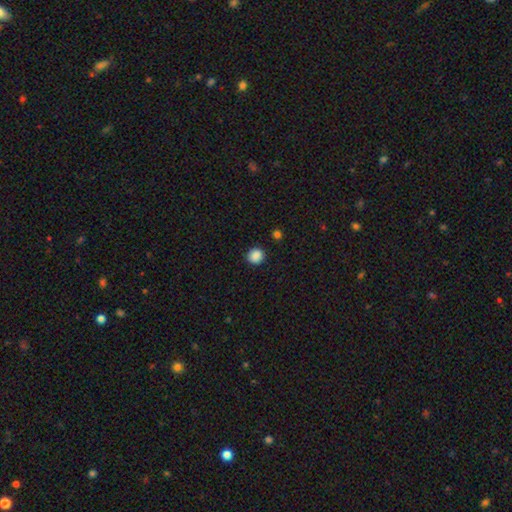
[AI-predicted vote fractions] This appears to be a smooth galaxy with no disk features (88%) that is round (91%). Merging: none (91%).